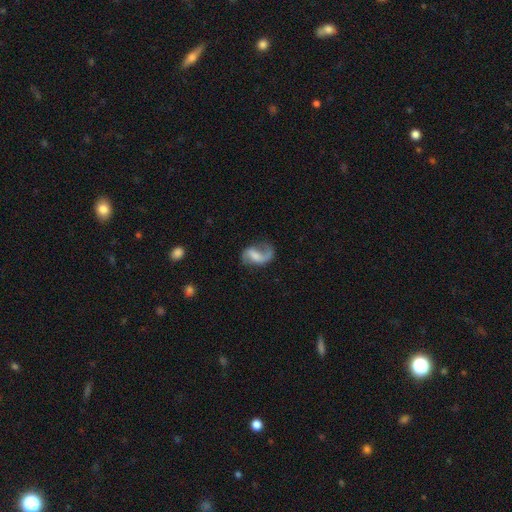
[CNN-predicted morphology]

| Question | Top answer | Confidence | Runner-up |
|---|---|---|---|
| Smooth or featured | featured or disk | 76% | smooth (18%) |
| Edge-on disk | no | 98% | yes (2%) |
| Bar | weak | 47% | no (34%) |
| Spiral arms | yes | 93% | no (7%) |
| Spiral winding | loose | 61% | medium (31%) |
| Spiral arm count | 2 | 63% | 1 (32%) |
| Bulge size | small | 31% | none (30%) |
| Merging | none | 54% | major disturbance (22%) |